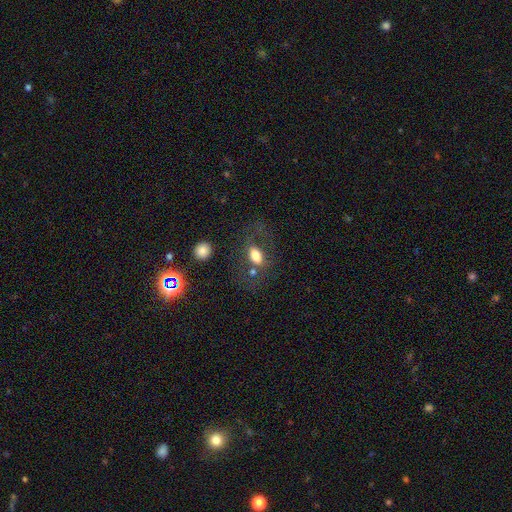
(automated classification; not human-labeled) smooth-or-featured: smooth: 72% | featured or disk: 18% | star or artifact: 10%
  how-rounded: in between: 85% | round: 12% | cigar-shaped: 3%
  merging: none: 59% | minor disturbance: 16% | major disturbance: 15% | merger: 10%